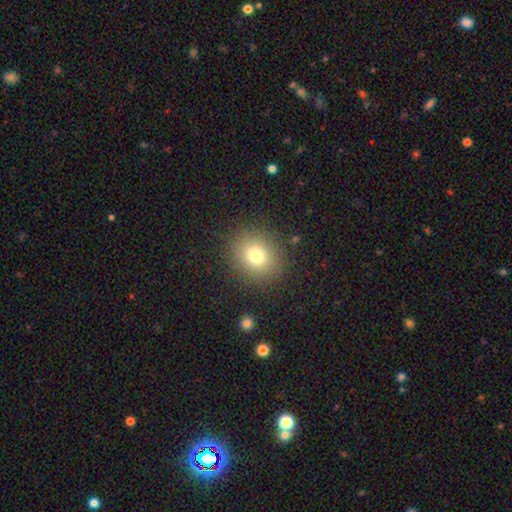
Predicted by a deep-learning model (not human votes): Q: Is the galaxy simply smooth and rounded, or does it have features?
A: smooth — 76%.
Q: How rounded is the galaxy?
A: round — 78%.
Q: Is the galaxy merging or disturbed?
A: none — 88%.